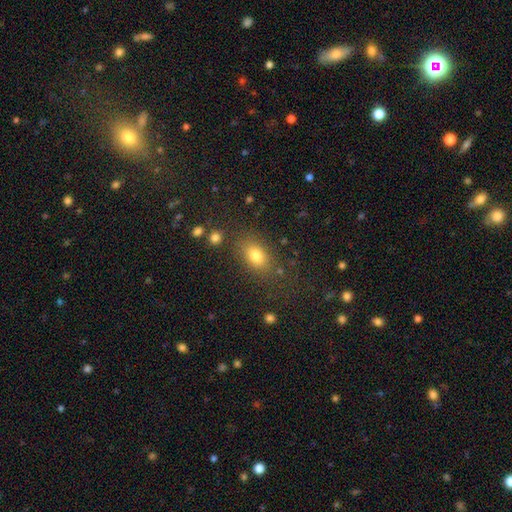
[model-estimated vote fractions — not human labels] This appears to be a smooth galaxy with no disk features (79%) that is in between round and cigar-shaped (80%). Merging: none (77%).